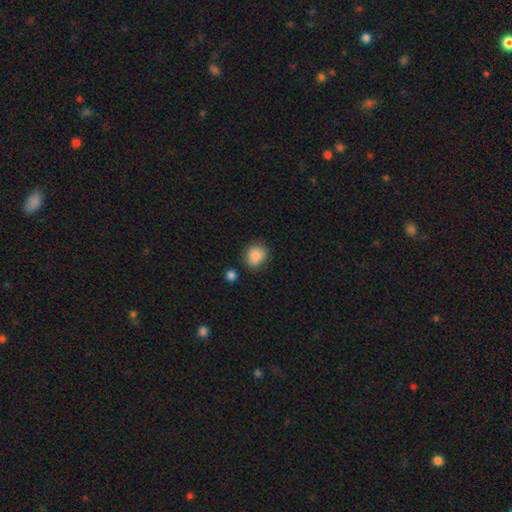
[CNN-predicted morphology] type=smooth (87%); roundness=round (71%); merging=none (82%).